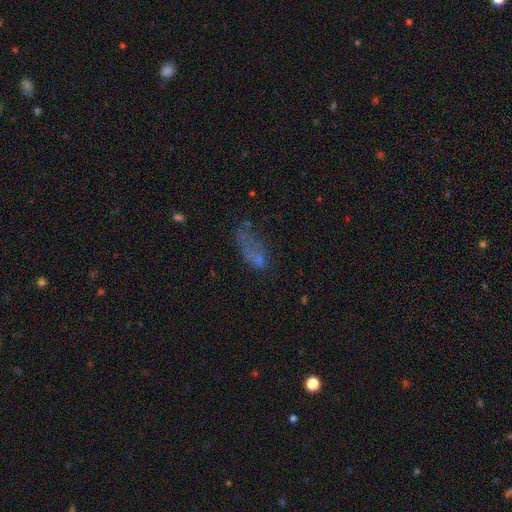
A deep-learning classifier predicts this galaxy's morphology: smooth_or_featured: smooth (p=0.50) [alt: featured or disk p=0.28]
how_rounded: in between (p=0.73) [alt: cigar-shaped p=0.18]
merging: major disturbance (p=0.35) [alt: none p=0.33]